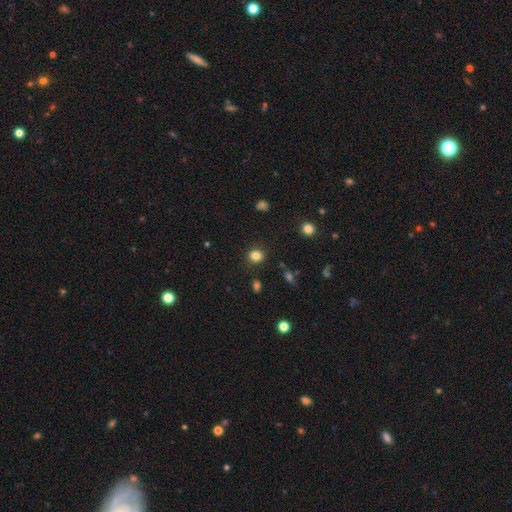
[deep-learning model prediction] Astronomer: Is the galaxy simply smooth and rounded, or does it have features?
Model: smooth — 83%.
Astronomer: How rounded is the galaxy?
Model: round — 76%.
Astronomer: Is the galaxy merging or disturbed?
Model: none — 88%.